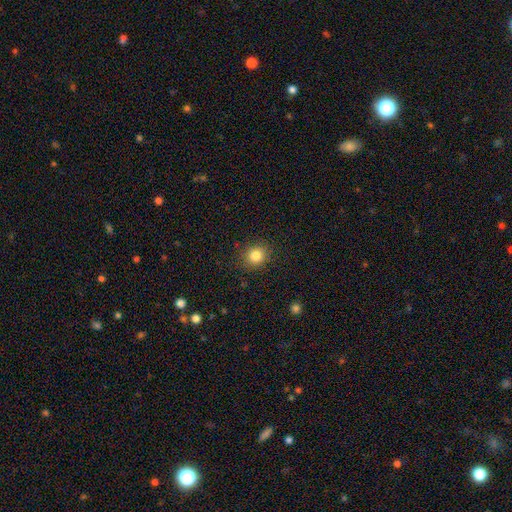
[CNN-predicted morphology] smooth-or-featured: smooth: 83% | star or artifact: 11% | featured or disk: 5%
  how-rounded: round: 81% | in between: 18% | cigar-shaped: 1%
  merging: none: 87% | minor disturbance: 9% | major disturbance: 3% | merger: 1%